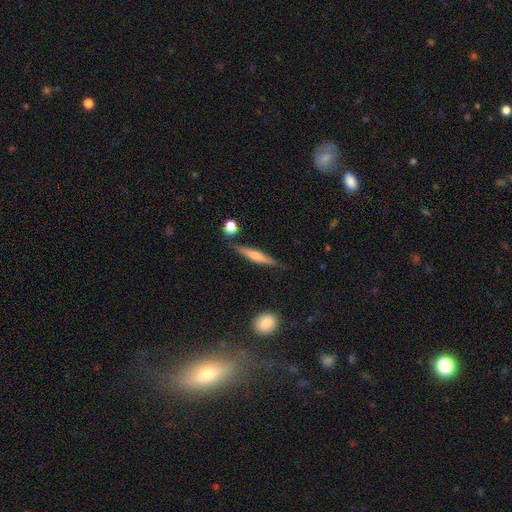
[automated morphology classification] This is possibly a smooth galaxy (49%). Merging: clearly none (83%).